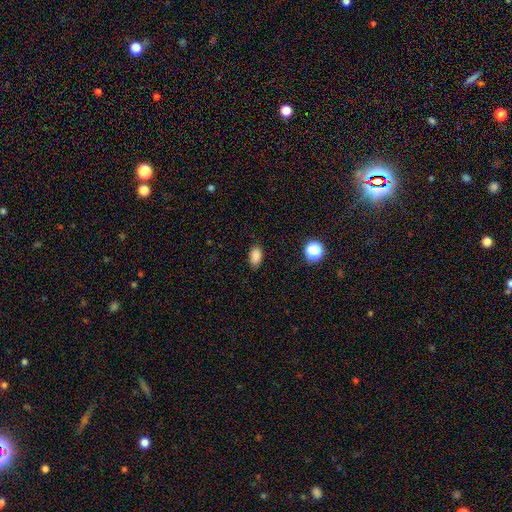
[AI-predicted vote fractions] smooth_or_featured: smooth (p=0.85) [alt: star or artifact p=0.11]
how_rounded: in between (p=0.88) [alt: round p=0.11]
merging: none (p=0.84) [alt: minor disturbance p=0.13]